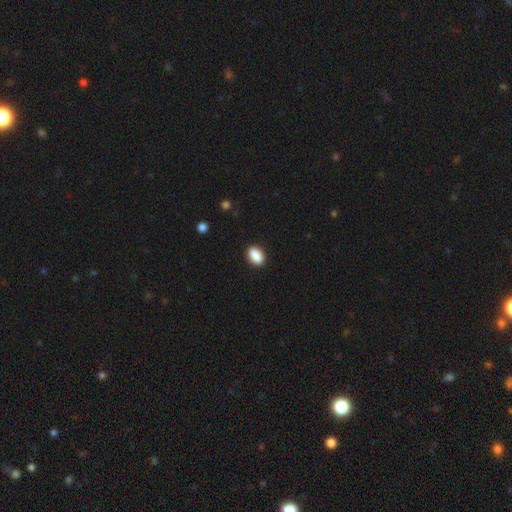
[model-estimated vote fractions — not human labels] Smooth or featured?
  - smooth: 89% *
  - star or artifact: 7%
  - featured or disk: 4%
How rounded?
  - in between: 89% *
  - round: 8%
  - cigar-shaped: 3%
Merging?
  - none: 89% *
  - minor disturbance: 8%
  - major disturbance: 2%
  - merger: 1%